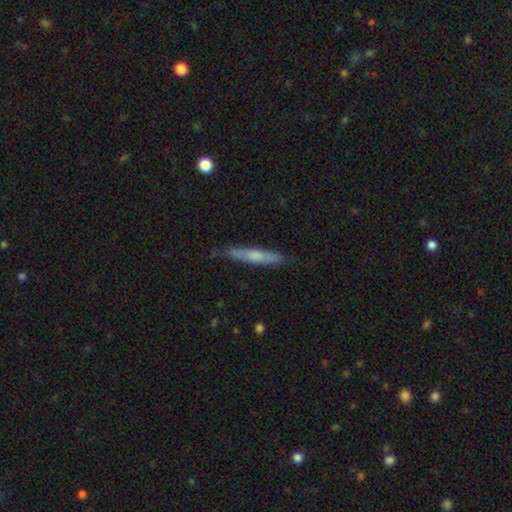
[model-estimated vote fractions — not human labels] A smooth galaxy with no disk features (55%) that is cigar-shaped (92%).

Vote fractions:
- Smooth or featured? smooth: 55% / featured or disk: 40% / star or artifact: 6%
- How rounded? cigar-shaped: 92% / in between: 6% / round: 2%
- Merging? none: 81% / minor disturbance: 15% / major disturbance: 2% / merger: 2%